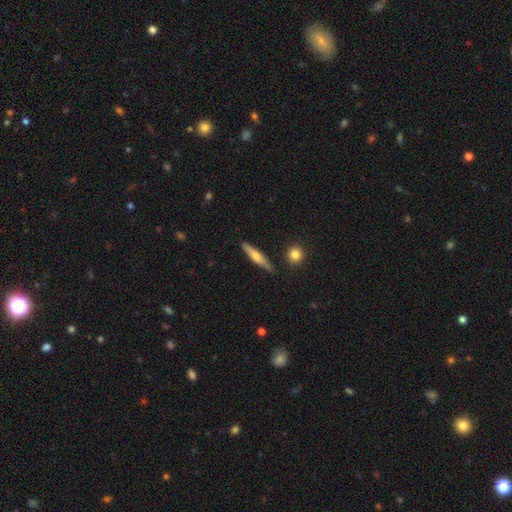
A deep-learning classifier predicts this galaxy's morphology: Smooth or featured?
  - smooth: 50% *
  - featured or disk: 44%
  - star or artifact: 6%
Merging?
  - none: 85% *
  - minor disturbance: 11%
  - merger: 2%
  - major disturbance: 2%